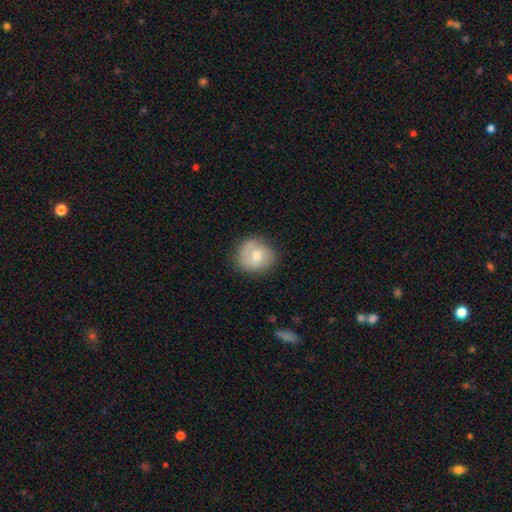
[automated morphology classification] A smooth galaxy with no disk features (58%) that is round (79%). Merging: none (73%).